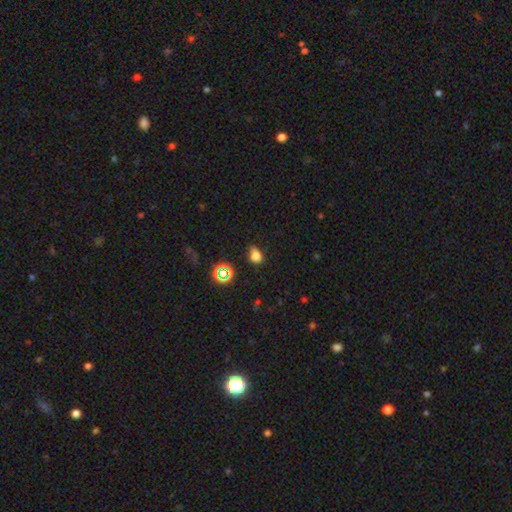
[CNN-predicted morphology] smooth-or-featured: smooth: 70% | star or artifact: 20% | featured or disk: 9%
  how-rounded: in between: 53% | round: 45% | cigar-shaped: 3%
  merging: none: 43% | minor disturbance: 34% | major disturbance: 16% | merger: 7%